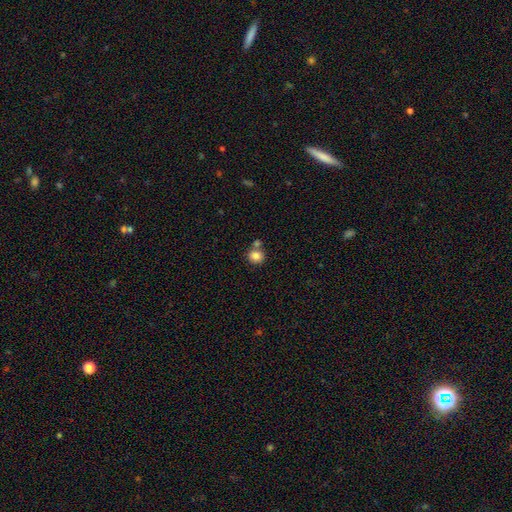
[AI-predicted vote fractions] This is clearly a smooth galaxy (85%). How rounded: clearly round (84%). Merging: likely none (63%).